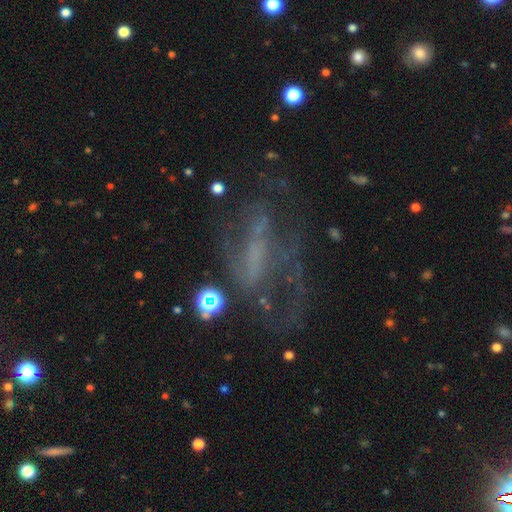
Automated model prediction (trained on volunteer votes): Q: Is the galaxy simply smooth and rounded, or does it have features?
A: featured or disk — 66%.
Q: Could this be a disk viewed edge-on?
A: no — 89%.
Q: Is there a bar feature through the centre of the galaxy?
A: no — 39%.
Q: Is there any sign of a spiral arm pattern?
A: yes — 60%.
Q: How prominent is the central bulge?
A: none — 59%.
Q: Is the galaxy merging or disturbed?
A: none — 46%.